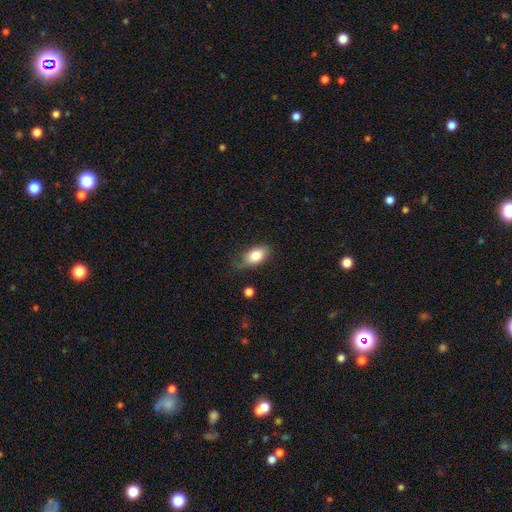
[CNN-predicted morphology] The model was most divided on "merging": none: 67%, minor disturbance: 25%, major disturbance: 6%, merger: 2%. More confident: how rounded — in between (90%); smooth or featured — smooth (81%).